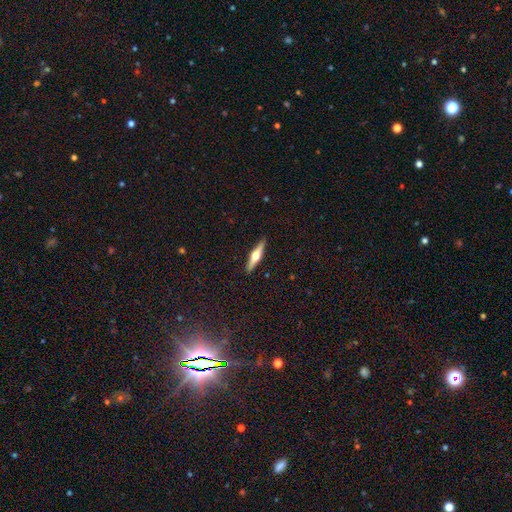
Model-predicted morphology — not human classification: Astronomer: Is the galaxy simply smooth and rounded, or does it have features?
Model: featured or disk — 67%.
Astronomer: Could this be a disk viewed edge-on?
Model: yes — 97%.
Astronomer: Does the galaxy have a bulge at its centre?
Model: rounded — 94%.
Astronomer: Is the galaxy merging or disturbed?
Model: none — 92%.